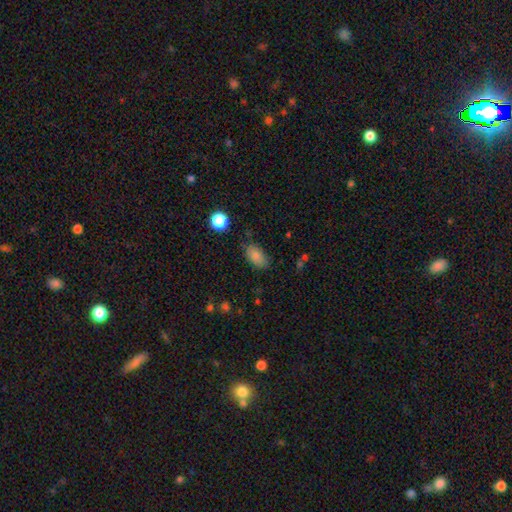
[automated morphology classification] Smooth or featured: smooth — 84% (star or artifact — 10%)
How rounded: in between — 90% (round — 7%)
Merging: none — 77% (minor disturbance — 16%)